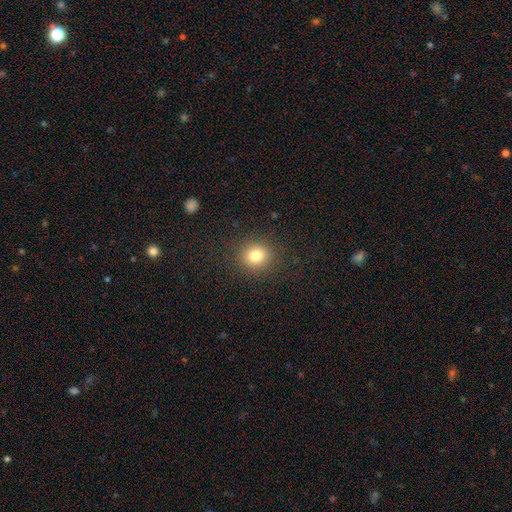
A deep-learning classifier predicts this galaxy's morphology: A smooth galaxy with no disk features (80%) that is round (85%). Merging: none (89%).